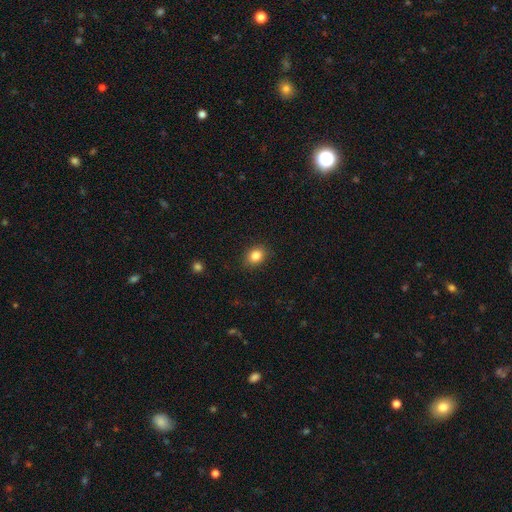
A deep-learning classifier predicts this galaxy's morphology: Smooth or featured? smooth (84%)
How rounded? in between (53%)
Merging? none (87%)